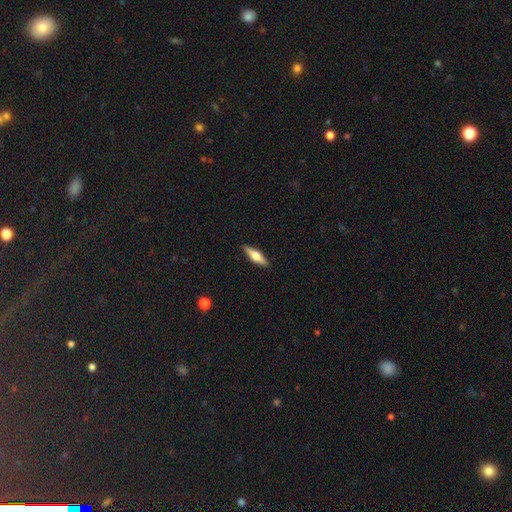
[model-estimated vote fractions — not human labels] Smooth or featured? smooth (47%, tied with featured or disk)
Merging? none (90%)